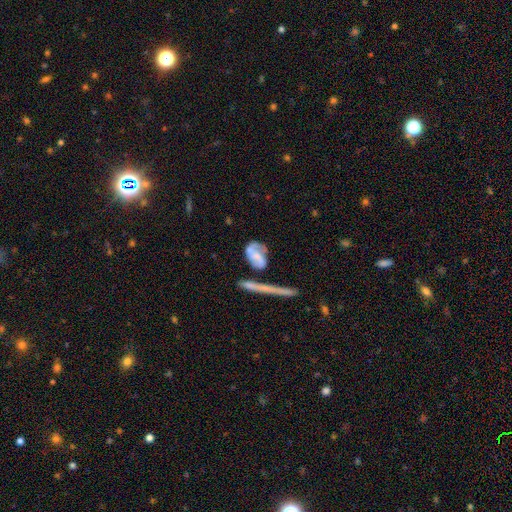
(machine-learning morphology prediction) Smooth or featured?
  - featured or disk: 56% *
  - smooth: 36%
  - star or artifact: 8%
Edge-on disk?
  - no: 91% *
  - yes: 9%
Bar?
  - no: 63% *
  - weak: 26%
  - strong: 10%
Spiral arms?
  - yes: 73% *
  - no: 27%
Bulge size?
  - none: 37% *
  - small: 32%
  - moderate: 24%
  - large: 4%
  - dominant: 2%
Merging?
  - none: 44% *
  - minor disturbance: 21%
  - merger: 20%
  - major disturbance: 16%